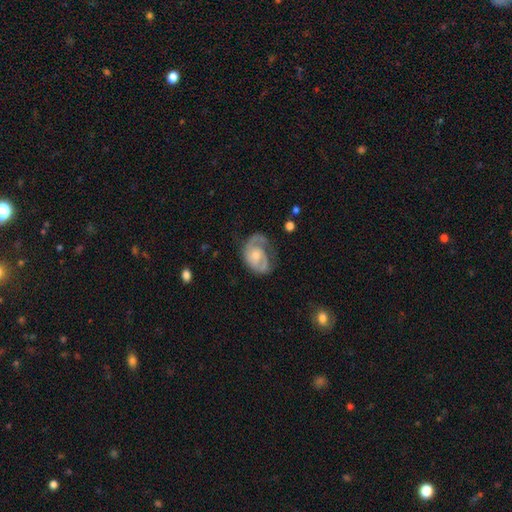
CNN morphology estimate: Smooth or featured? Predicted: featured or disk (p=0.74). Edge-on disk? Predicted: no (p=0.97). Bar? Predicted: no (p=0.72). Spiral arms? Predicted: yes (p=0.88). Spiral winding? Predicted: tight (p=0.41). Spiral arm count? Predicted: 2 (p=0.44). Bulge size? Predicted: moderate (p=0.50). Merging? Predicted: none (p=0.46).